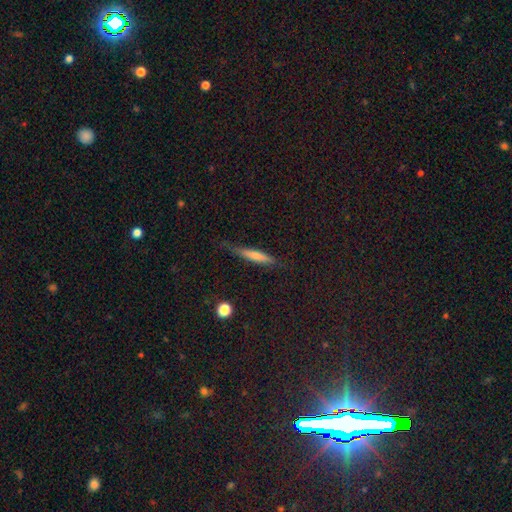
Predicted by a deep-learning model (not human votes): Smooth or featured?
  - smooth: 66% *
  - featured or disk: 27%
  - star or artifact: 7%
How rounded?
  - cigar-shaped: 89% *
  - in between: 9%
  - round: 2%
Merging?
  - none: 71% *
  - minor disturbance: 22%
  - major disturbance: 5%
  - merger: 2%